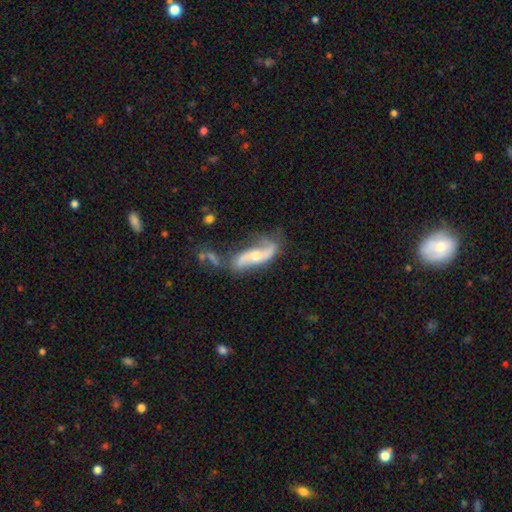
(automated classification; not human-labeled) smooth_or_featured: featured or disk (p=0.76) [alt: smooth p=0.18]
disk_edge_on: no (p=0.86) [alt: yes p=0.14]
bar: no (p=0.55) [alt: weak p=0.30]
has_spiral_arms: yes (p=0.90) [alt: no p=0.10]
spiral_winding: loose (p=0.74) [alt: medium p=0.19]
spiral_arm_count: 2 (p=0.89) [alt: can't tell p=0.05]
bulge_size: moderate (p=0.55) [alt: small p=0.37]
merging: none (p=0.51) [alt: minor disturbance p=0.23]